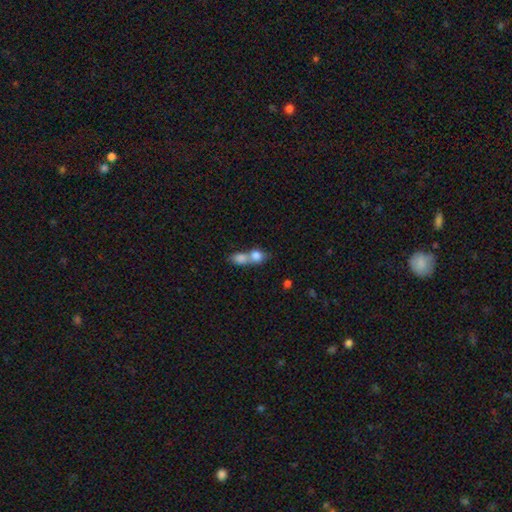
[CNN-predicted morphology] Smooth or featured? Predicted: smooth (p=0.78). How rounded? Predicted: round (p=0.48). Merging? Predicted: merger (p=0.75).